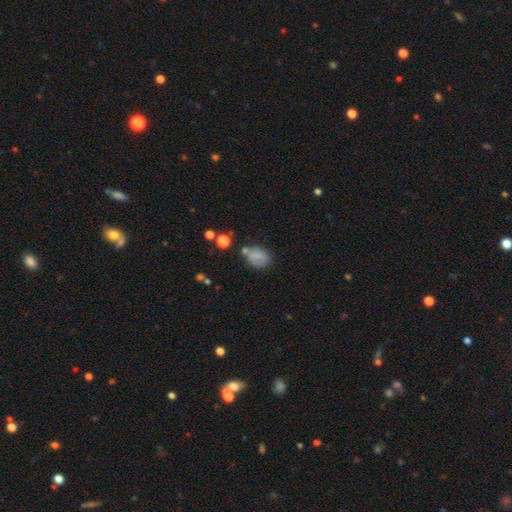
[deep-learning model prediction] This appears to be a smooth galaxy with no disk features (74%) that is in between round and cigar-shaped (70%). Merging: none (59%).